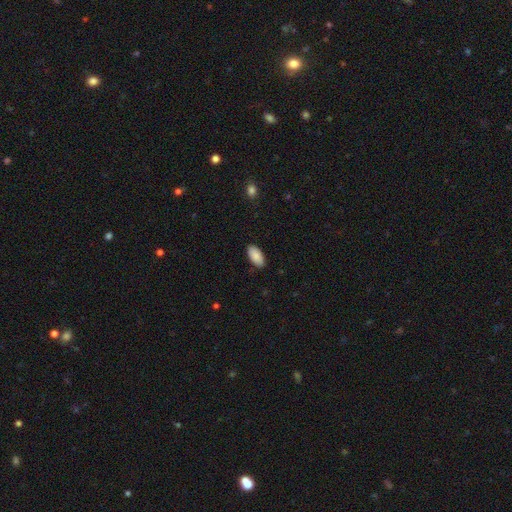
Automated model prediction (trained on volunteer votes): This appears to be a smooth galaxy with no disk features (89%) that is in between round and cigar-shaped (95%). Merging: none (88%).